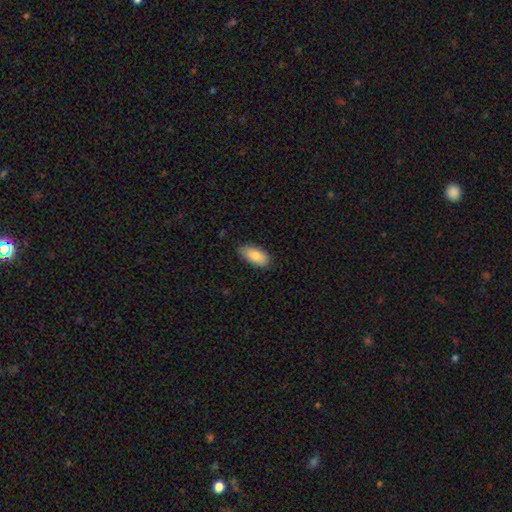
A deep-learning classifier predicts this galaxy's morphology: Smooth or featured? smooth (85%)
How rounded? in between (91%)
Merging? none (77%)